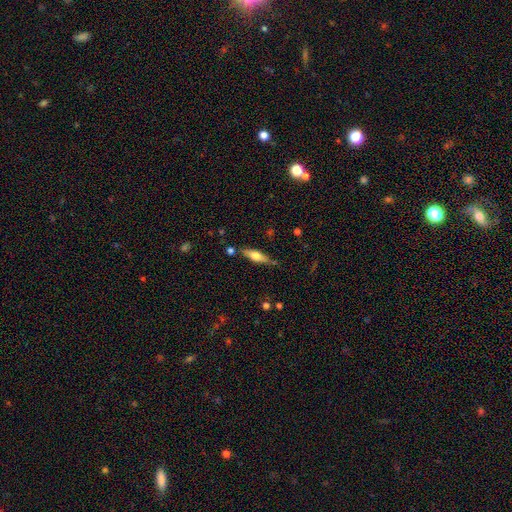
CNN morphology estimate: A featured or disk galaxy (50%). Merging: none (77%).